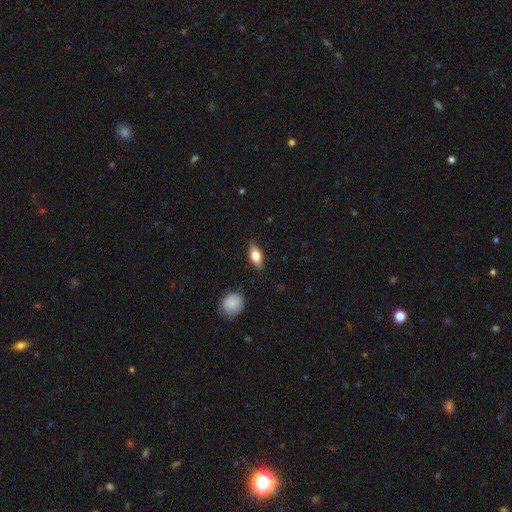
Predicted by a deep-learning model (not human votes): This appears to be a smooth galaxy with no disk features (66%) that is in between round and cigar-shaped (78%). Merging: none (84%).